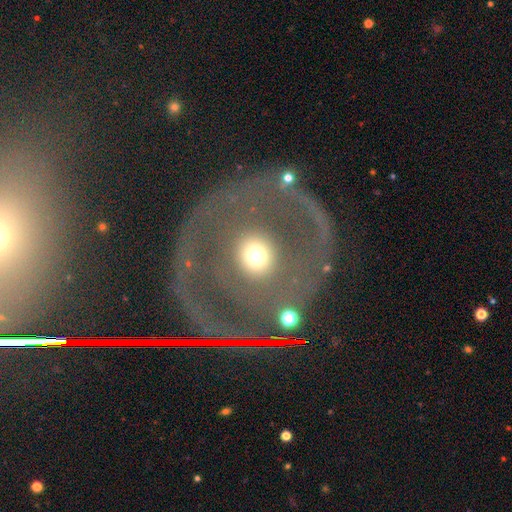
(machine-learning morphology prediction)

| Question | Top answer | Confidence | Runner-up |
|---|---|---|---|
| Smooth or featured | smooth | 54% | featured or disk (28%) |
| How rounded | round | 83% | in between (16%) |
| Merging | none | 68% | major disturbance (16%) |